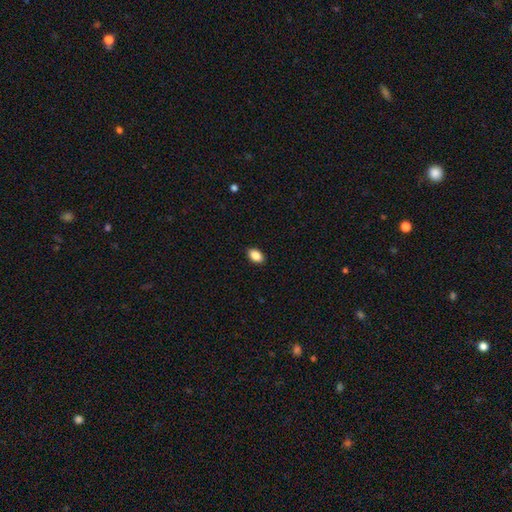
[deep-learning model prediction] Q: Smooth or featured?
A: smooth (87%); runner-up: star or artifact (8%)
Q: How rounded?
A: in between (89%); runner-up: round (9%)
Q: Merging?
A: none (90%); runner-up: minor disturbance (7%)